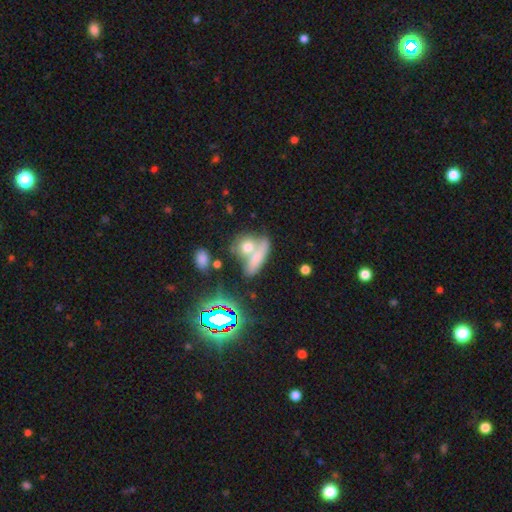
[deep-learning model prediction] Morphology: type=smooth (63%); roundness=in between (52%); merging=merger (50%).